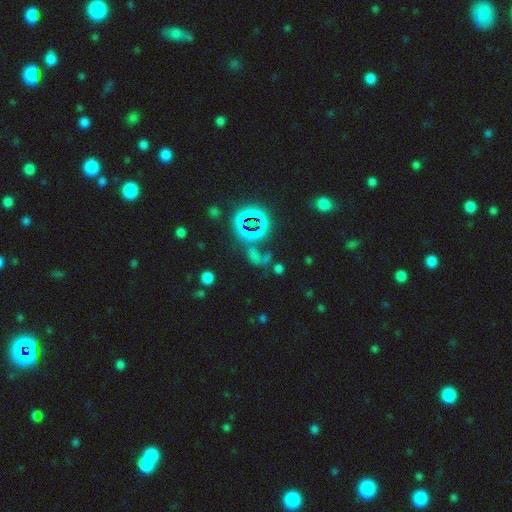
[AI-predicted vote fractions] A star or artifact, not a galaxy (54%).